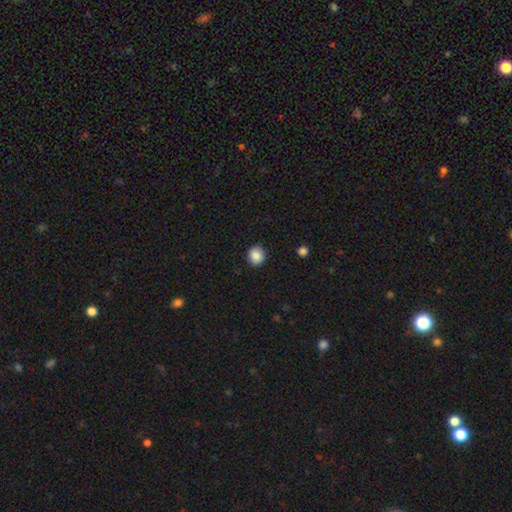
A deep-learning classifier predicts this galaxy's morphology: A smooth galaxy with no disk features (88%) that is round (87%). Merging: none (91%).